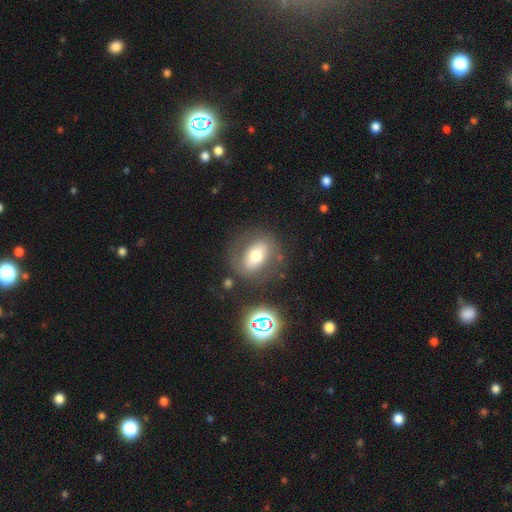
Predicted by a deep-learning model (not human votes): Smooth or featured? Predicted: smooth (p=0.51). How rounded? Predicted: in between (p=0.64). Merging? Predicted: none (p=0.73).